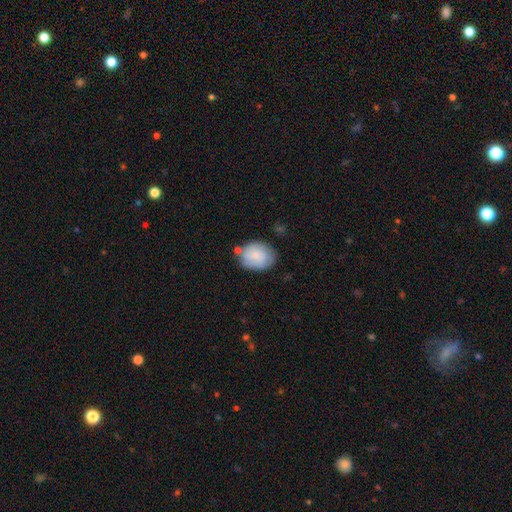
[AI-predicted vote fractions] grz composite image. It shows a smooth galaxy with no disk features (73%) that is in between round and cigar-shaped (59%). Merging: none (67%).